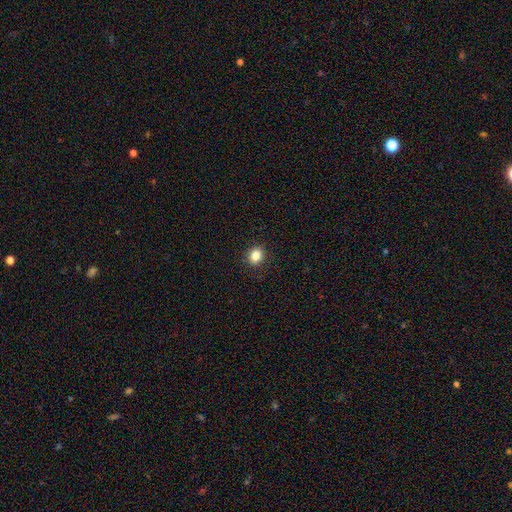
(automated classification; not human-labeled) smooth 84%, star or artifact 11%, featured or disk 5%. Down the decision tree: how rounded — round (69%); merging — none (90%).